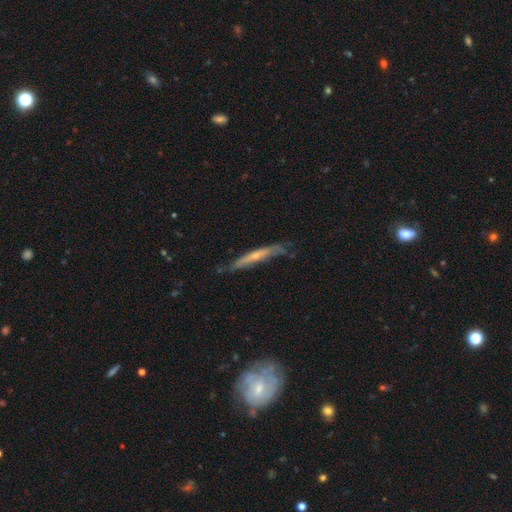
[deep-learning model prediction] Smooth or featured: featured or disk — 55% (smooth — 39%)
Edge-on disk: yes — 82% (no — 18%)
Merging: none — 61% (minor disturbance — 29%)